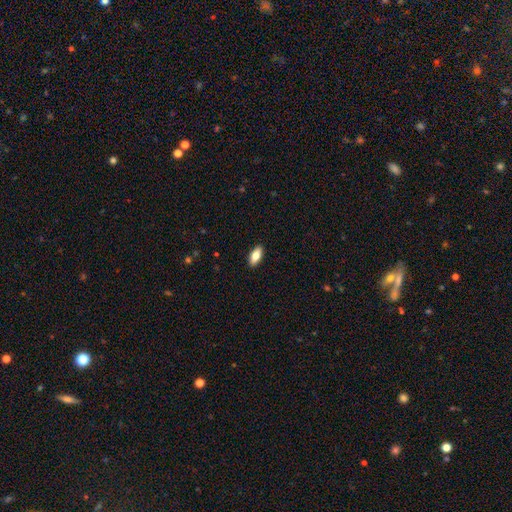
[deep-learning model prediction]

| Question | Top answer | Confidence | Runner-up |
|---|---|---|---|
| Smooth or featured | smooth | 77% | featured or disk (17%) |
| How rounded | in between | 85% | cigar-shaped (13%) |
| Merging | none | 90% | minor disturbance (7%) |